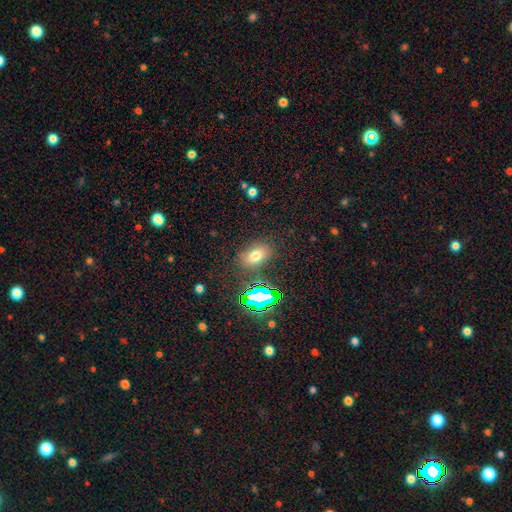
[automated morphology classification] Smooth or featured? smooth (67%)
How rounded? in between (81%)
Merging? none (81%)